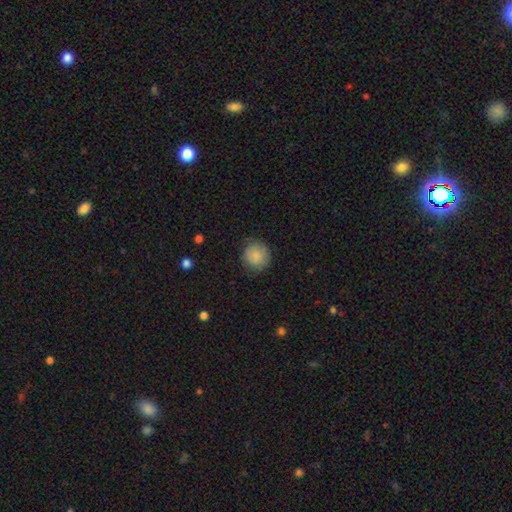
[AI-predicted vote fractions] Morphology: type=smooth (85%); roundness=round (91%); merging=none (77%).